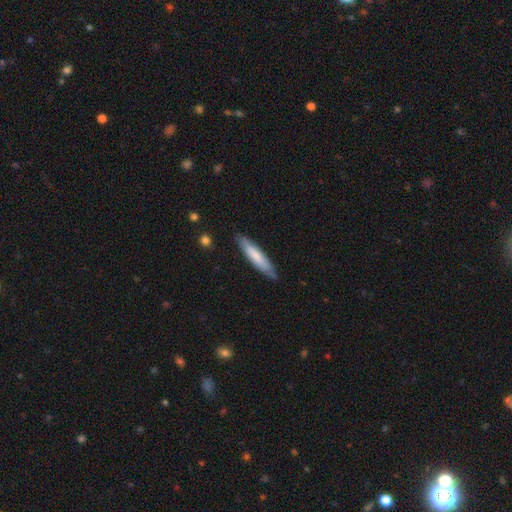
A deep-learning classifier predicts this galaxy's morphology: Smooth or featured: smooth — 69% (featured or disk — 26%)
How rounded: cigar-shaped — 84% (in between — 15%)
Merging: none — 83% (minor disturbance — 13%)